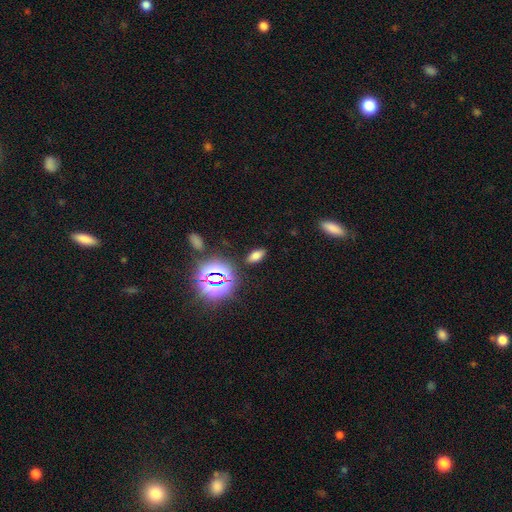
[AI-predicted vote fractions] Morphology: type=smooth (65%); roundness=in between (83%); merging=none (88%).